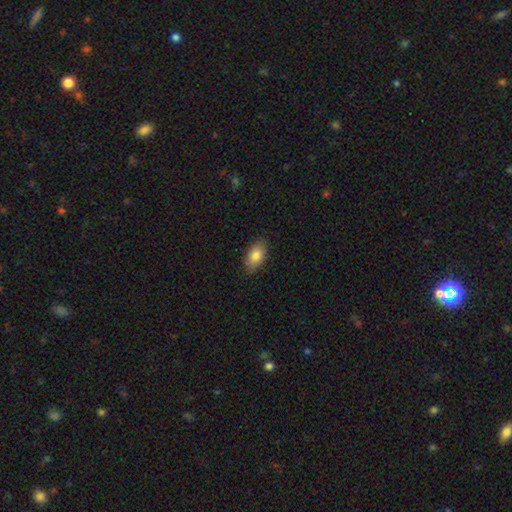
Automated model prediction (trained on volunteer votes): A smooth galaxy with no disk features (84%) that is in between round and cigar-shaped (92%). Merging: none (87%).